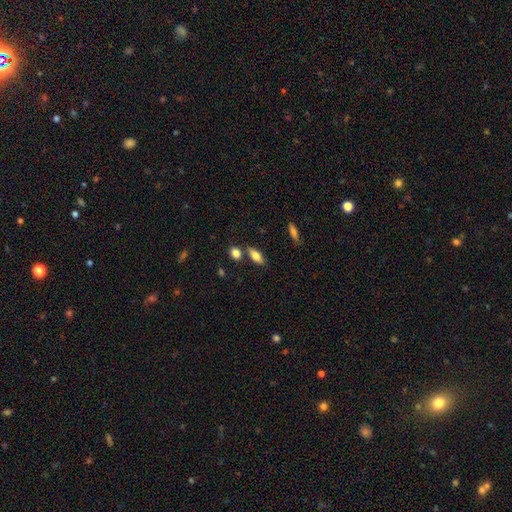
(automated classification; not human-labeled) smooth_or_featured: smooth (p=0.71) [alt: featured or disk p=0.20]
how_rounded: in between (p=0.75) [alt: cigar-shaped p=0.20]
merging: none (p=0.72) [alt: merger p=0.13]